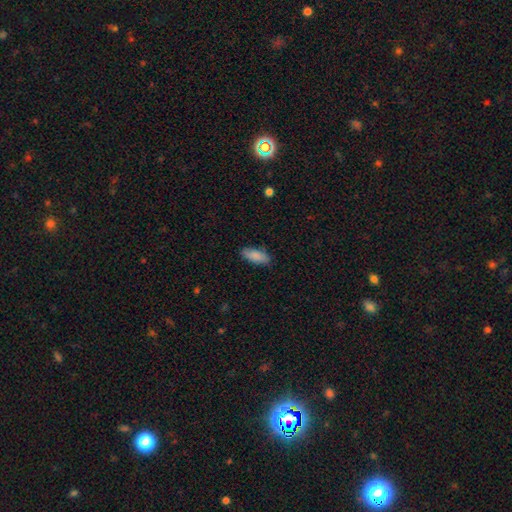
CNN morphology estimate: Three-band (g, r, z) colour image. It shows a smooth galaxy with no disk features (88%) that is in between round and cigar-shaped (80%). Merging: none (85%).